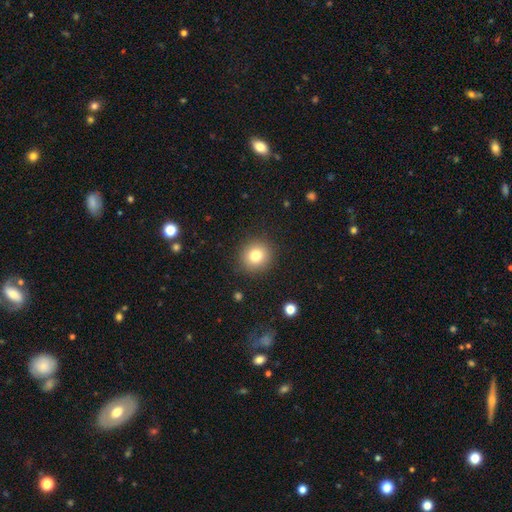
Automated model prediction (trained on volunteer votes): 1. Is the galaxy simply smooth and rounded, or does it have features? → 80% smooth, 12% star or artifact, 9% featured or disk.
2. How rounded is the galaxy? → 90% round, 9% in between, 1% cigar-shaped.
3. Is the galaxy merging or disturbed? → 89% none, 7% minor disturbance, 3% major disturbance, 1% merger.